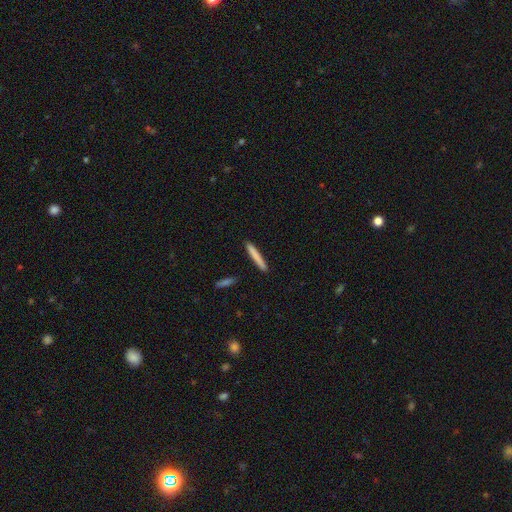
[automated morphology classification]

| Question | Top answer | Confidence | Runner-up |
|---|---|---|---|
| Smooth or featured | smooth | 80% | featured or disk (14%) |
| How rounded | cigar-shaped | 96% | in between (3%) |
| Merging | none | 91% | minor disturbance (6%) |